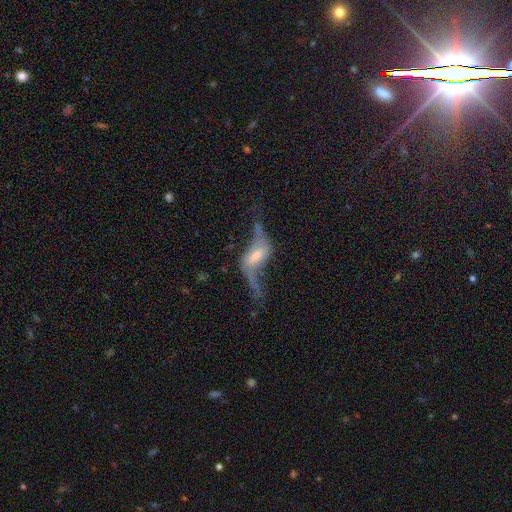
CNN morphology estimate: A featured or disk galaxy (79%) with a weak bar (46%), 2 (89%) loose (92%) spiral arms (88%) and a moderate central bulge (42%).

Vote fractions:
- Smooth or featured? featured or disk: 79% / smooth: 13% / star or artifact: 8%
- Edge-on disk? no: 87% / yes: 13%
- Bar? weak: 46% / no: 28% / strong: 27%
- Spiral arms? yes: 88% / no: 12%
- Spiral winding? loose: 92% / medium: 6% / tight: 2%
- Spiral arm count? 2: 89% / 1: 5% / can't tell: 3% / 3: 1% / 4: 1% / more than 4: 1%
- Bulge size? moderate: 42% / small: 35% / none: 11% / large: 10% / dominant: 2%
- Merging? none: 43% / major disturbance: 31% / minor disturbance: 21% / merger: 6%